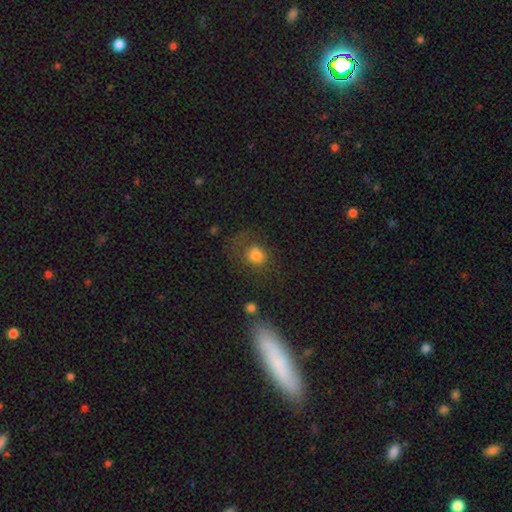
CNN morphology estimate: type=smooth (74%); roundness=round (67%); merging=none (50%).